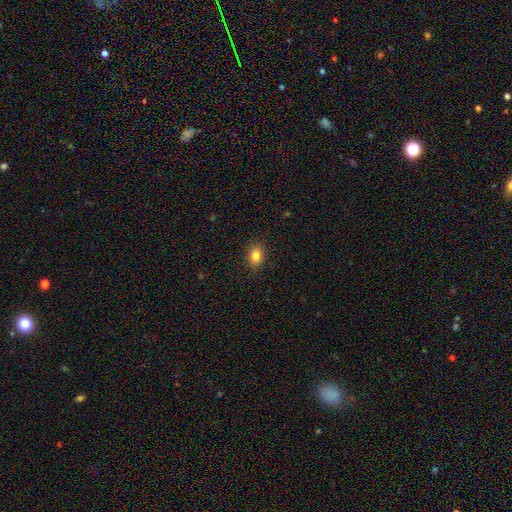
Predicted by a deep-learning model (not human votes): This is clearly a smooth galaxy (84%). How rounded: likely in between (67%). Merging: clearly none (89%).